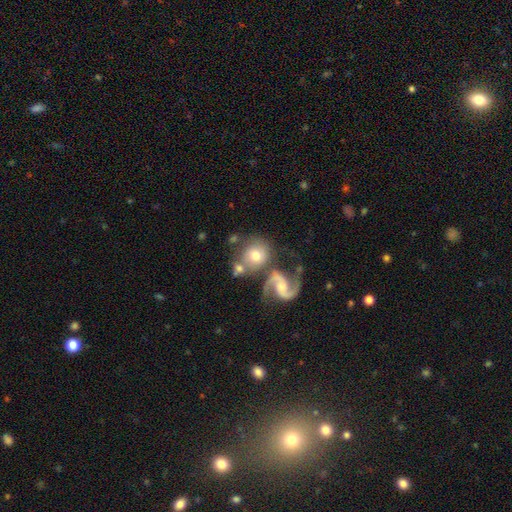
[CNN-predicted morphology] Overall: smooth (49%; featured or disk 44%). Merging: none (53%; merger 28%).